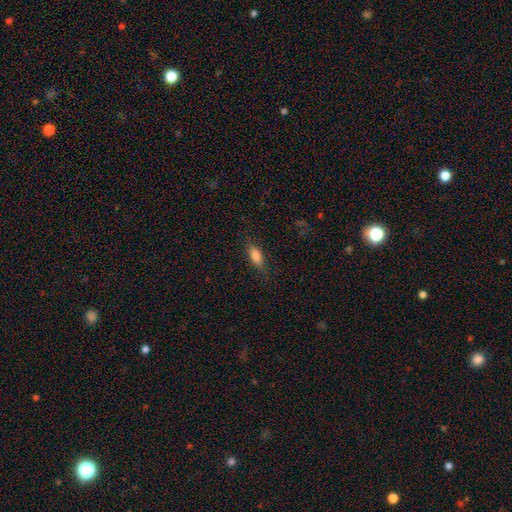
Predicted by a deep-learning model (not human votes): Smooth or featured? smooth (82%)
How rounded? in between (72%)
Merging? none (79%)